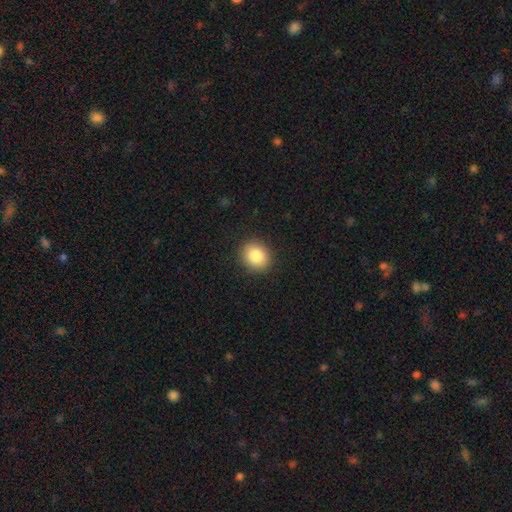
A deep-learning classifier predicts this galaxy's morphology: type=smooth (85%); roundness=round (68%); merging=none (90%).